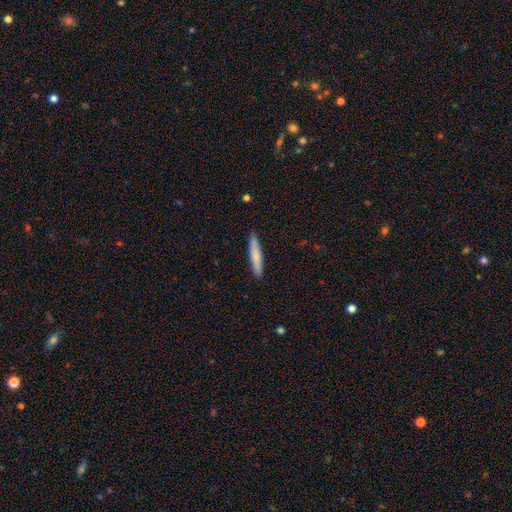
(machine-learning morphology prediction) smooth 75%, featured or disk 20%, star or artifact 5%. Down the decision tree: how rounded — cigar-shaped (92%); merging — none (90%).